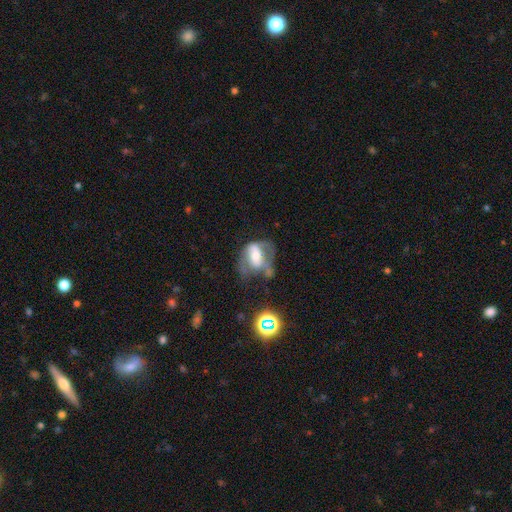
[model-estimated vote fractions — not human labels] Overall: featured or disk (55%; smooth 35%). Edge-on disk: no (94%). Bar: no (42%; weak 31%). Spiral arms: no (53%; yes 47%). Bulge size: moderate (48%; small 30%). Merging: major disturbance (42%; none 23%).